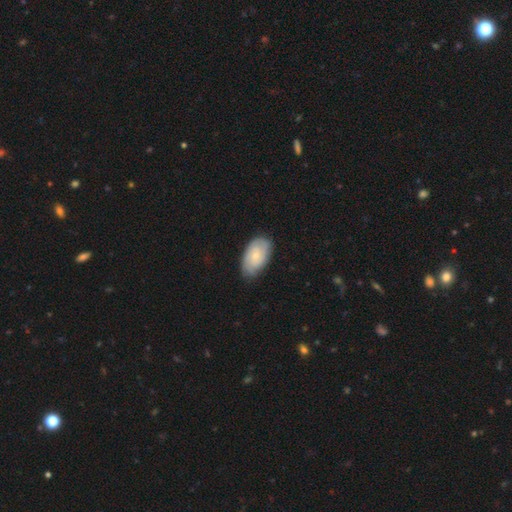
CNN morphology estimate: This appears to be a featured or disk galaxy (54%) with no bar (76%), spiral arms (84%) and a small central bulge (69%). Merging: none (76%).